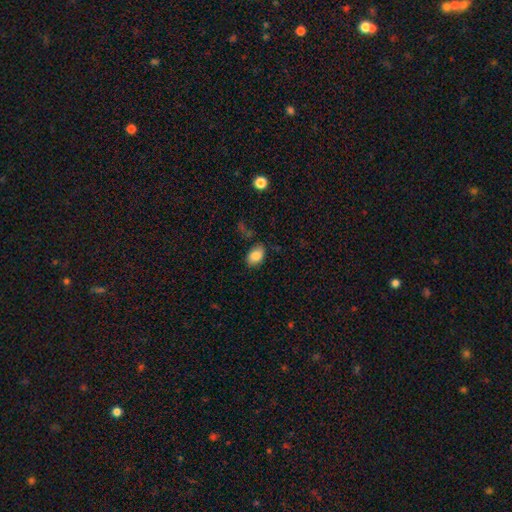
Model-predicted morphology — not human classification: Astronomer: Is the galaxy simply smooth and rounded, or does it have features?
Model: smooth — 85%.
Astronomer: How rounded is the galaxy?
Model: in between — 86%.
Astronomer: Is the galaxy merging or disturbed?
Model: none — 78%.